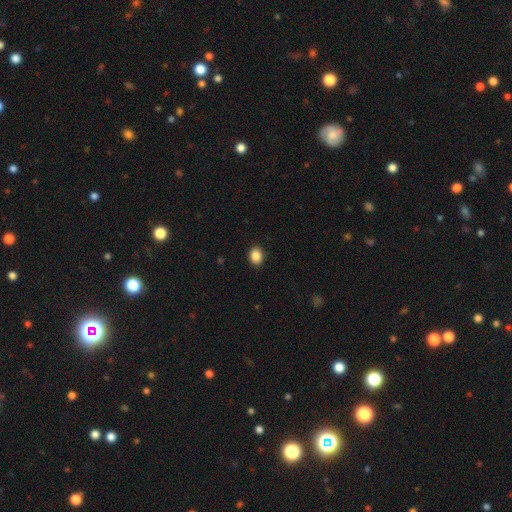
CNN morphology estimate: Q: Smooth or featured?
A: smooth (88%); runner-up: star or artifact (9%)
Q: How rounded?
A: in between (59%); runner-up: round (40%)
Q: Merging?
A: none (90%); runner-up: minor disturbance (7%)